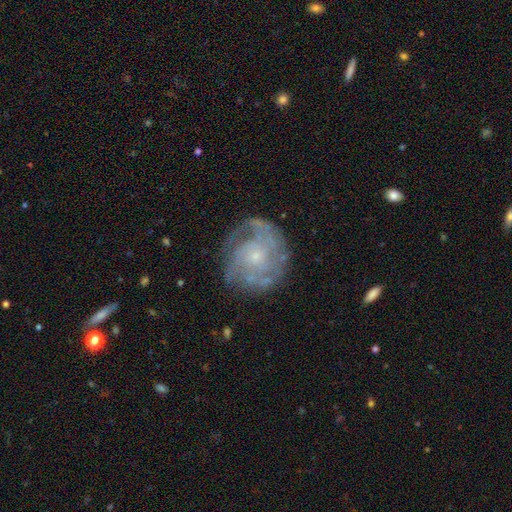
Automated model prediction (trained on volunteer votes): Morphology: type=featured or disk (81%); edge-on=no (97%); bar=no (78%); spiral arms=yes (92%); winding=tight (62%); arm count=can't tell (33%); bulge=small (73%); merging=none (74%).